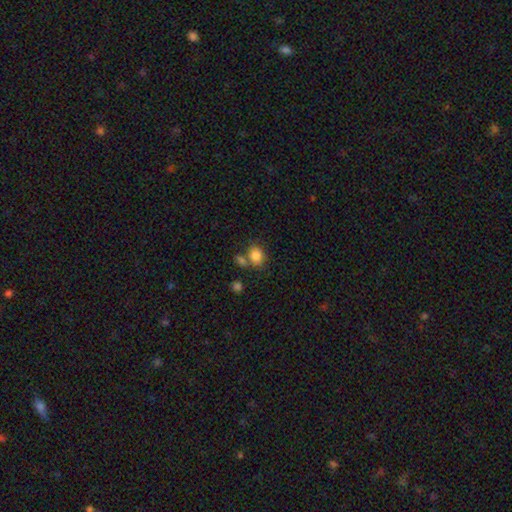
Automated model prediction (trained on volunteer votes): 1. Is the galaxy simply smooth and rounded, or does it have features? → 83% smooth, 10% star or artifact, 6% featured or disk.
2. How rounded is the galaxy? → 52% round, 47% in between, 1% cigar-shaped.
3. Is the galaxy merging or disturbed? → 59% none, 22% merger, 13% minor disturbance, 5% major disturbance.